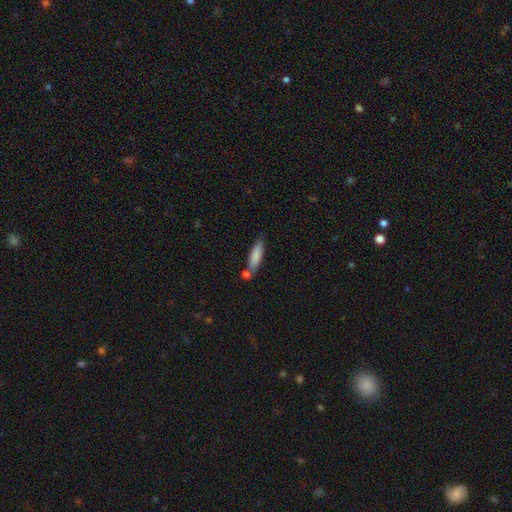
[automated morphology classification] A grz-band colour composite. It shows a smooth galaxy with no disk features (81%) that is cigar-shaped (65%). Merging: none (66%).